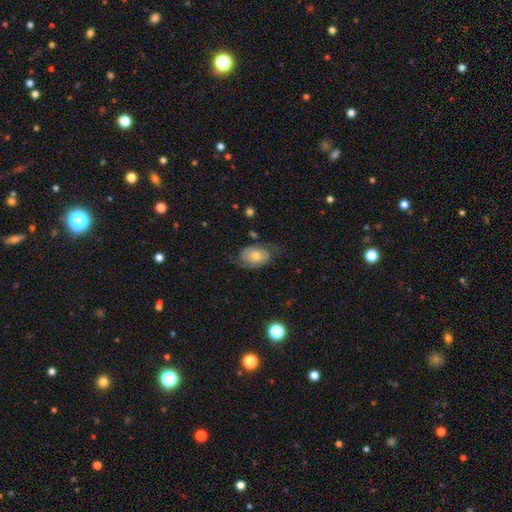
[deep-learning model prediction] Morphology: type=featured or disk (62%); edge-on=no (96%); bar=no (69%); spiral arms=yes (87%); winding=medium (41%); arm count=2 (82%); bulge=moderate (58%); merging=none (62%).